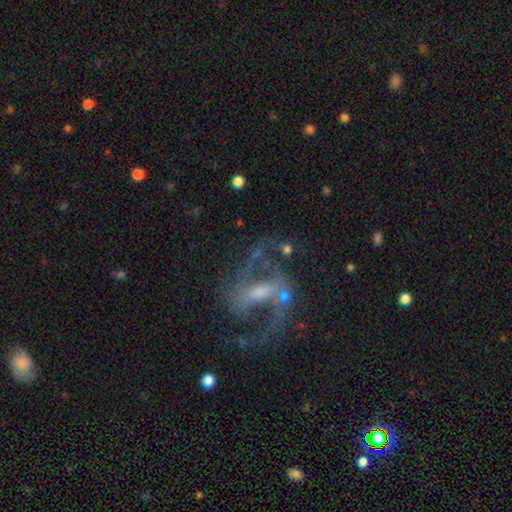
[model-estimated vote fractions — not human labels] smooth-or-featured: featured or disk: 87% | star or artifact: 8% | smooth: 5%
  disk-edge-on: no: 97% | yes: 3%
    bar: strong: 43% | weak: 42% | no: 15%
    has-spiral-arms: yes: 95% | no: 5%
      spiral-winding: medium: 53% | loose: 37% | tight: 10%
      spiral-arm-count: 2: 91% | can't tell: 3% | 1: 2% | 3: 2% | 4: 1% | more than 4: 1%
    bulge-size: small: 46% | moderate: 36% | none: 11% | large: 5% | dominant: 1%
  merging: none: 67% | major disturbance: 14% | minor disturbance: 13% | merger: 6%